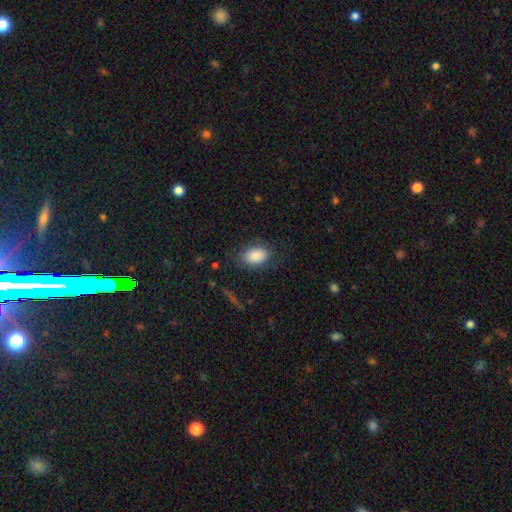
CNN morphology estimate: This is clearly a smooth galaxy (86%). How rounded: clearly in between (89%). Merging: likely none (72%).